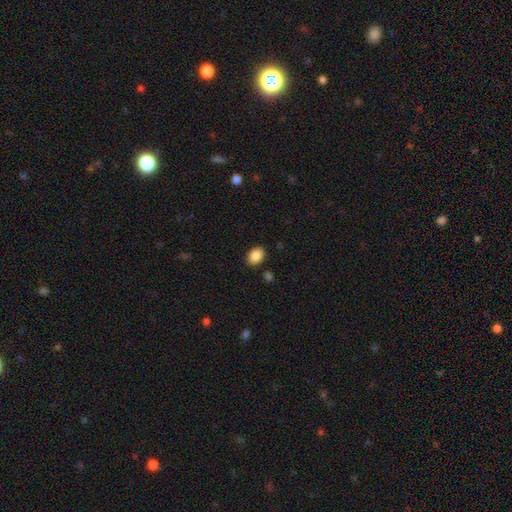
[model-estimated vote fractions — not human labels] This appears to be a smooth galaxy with no disk features (88%) that is in between round and cigar-shaped (72%). Merging: none (87%).